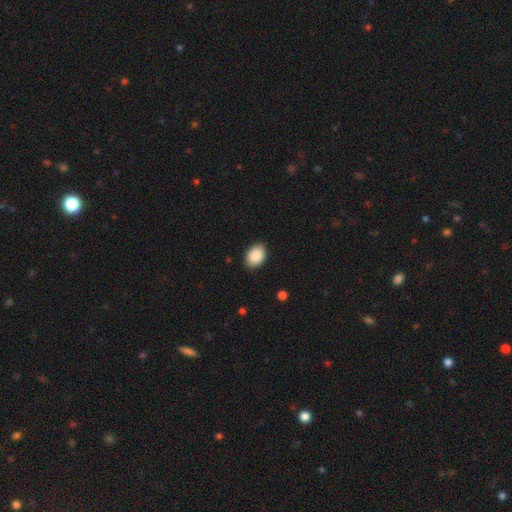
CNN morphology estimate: Q: Smooth or featured?
A: smooth (90%); runner-up: star or artifact (7%)
Q: How rounded?
A: in between (83%); runner-up: round (16%)
Q: Merging?
A: none (88%); runner-up: minor disturbance (9%)